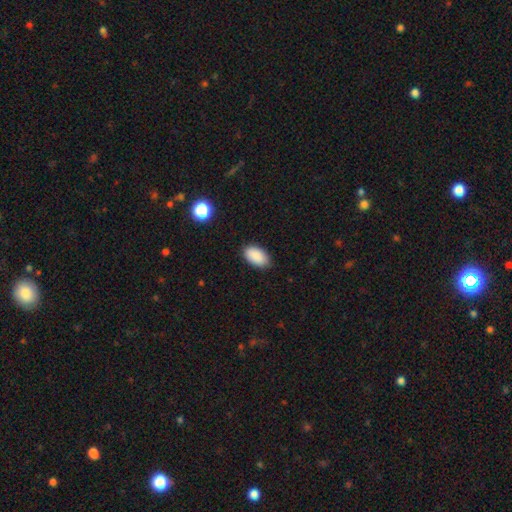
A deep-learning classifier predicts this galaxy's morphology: Smooth or featured: smooth — 90% (star or artifact — 7%)
How rounded: in between — 94% (round — 4%)
Merging: none — 86% (minor disturbance — 11%)